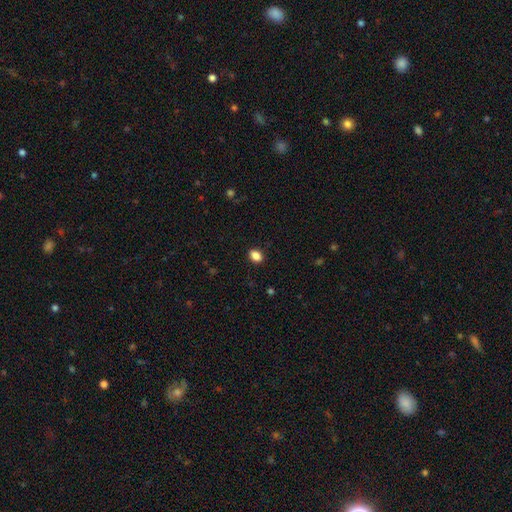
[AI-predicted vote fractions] A smooth galaxy with no disk features (87%) that is in between round and cigar-shaped (71%). Merging: none (89%).